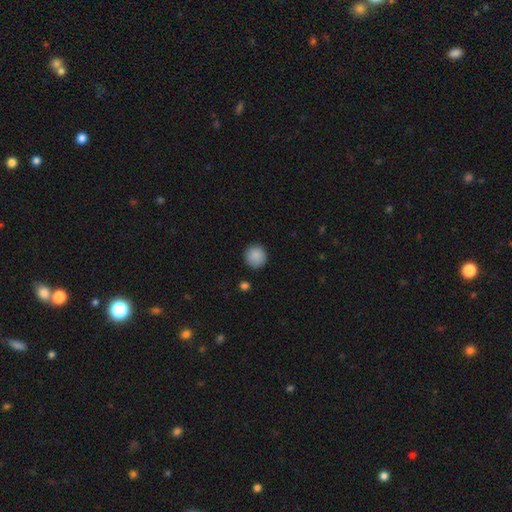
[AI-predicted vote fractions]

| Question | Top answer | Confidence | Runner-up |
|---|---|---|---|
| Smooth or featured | smooth | 88% | star or artifact (8%) |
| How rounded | round | 94% | in between (5%) |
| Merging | none | 89% | minor disturbance (7%) |